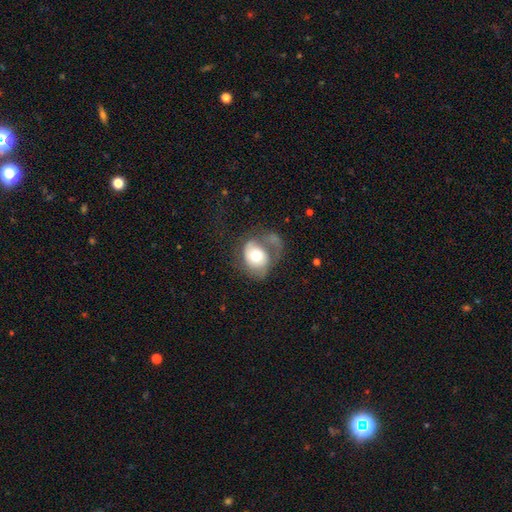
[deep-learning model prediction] Smooth or featured? smooth (54%)
How rounded? in between (53%)
Merging? major disturbance (43%)